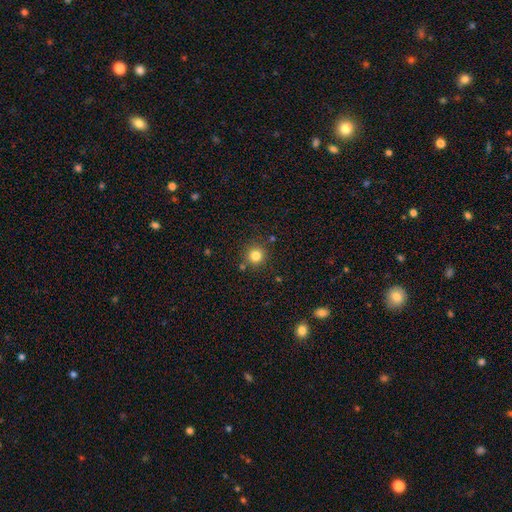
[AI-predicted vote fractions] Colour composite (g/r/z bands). It shows a smooth galaxy with no disk features (82%) that is round (95%). Merging: none (86%).